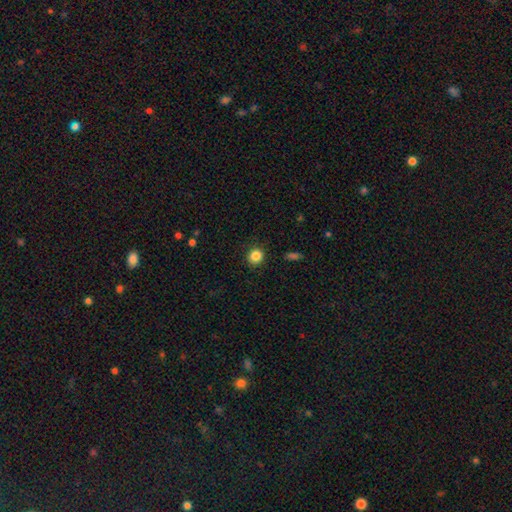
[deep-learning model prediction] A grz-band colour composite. It shows a smooth galaxy with no disk features (85%) that is round (88%). Merging: none (90%).